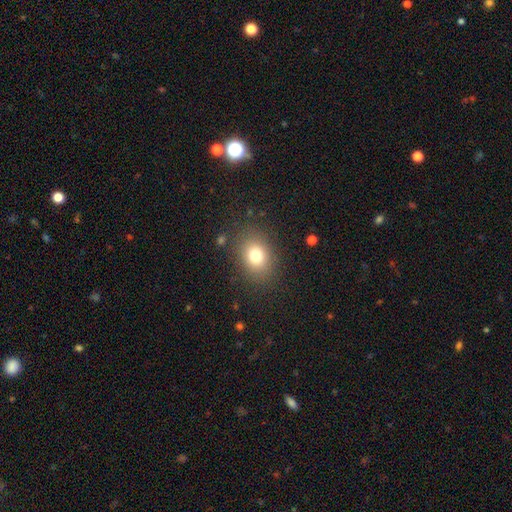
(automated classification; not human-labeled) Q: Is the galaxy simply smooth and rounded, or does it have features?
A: smooth — 76%.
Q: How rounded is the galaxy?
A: in between — 54%.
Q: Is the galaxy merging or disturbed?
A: none — 84%.